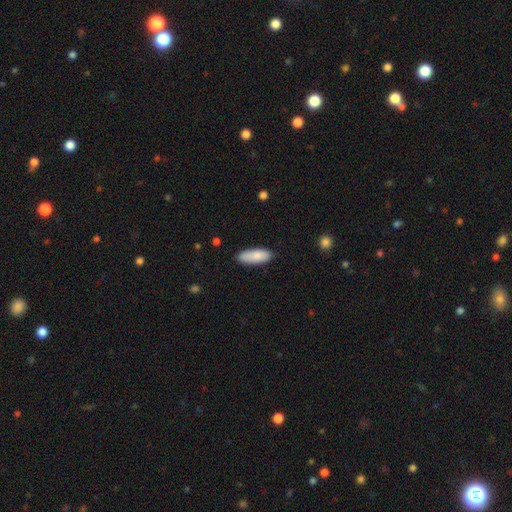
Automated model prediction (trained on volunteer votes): Morphology: type=smooth (86%); roundness=in between (70%); merging=none (84%).